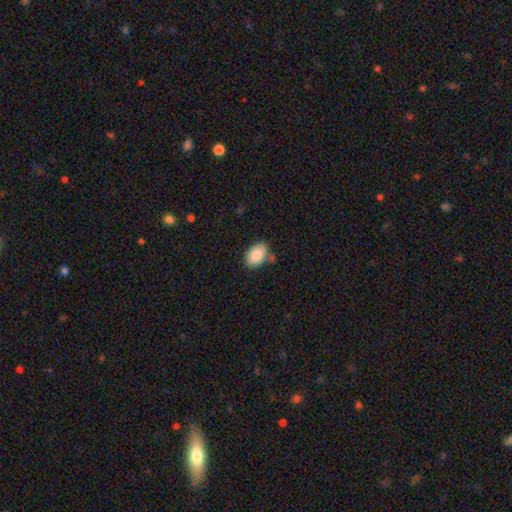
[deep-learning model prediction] smooth-or-featured: smooth: 88% | star or artifact: 7% | featured or disk: 6%
  how-rounded: in between: 89% | round: 10% | cigar-shaped: 1%
  merging: none: 74% | minor disturbance: 17% | merger: 6% | major disturbance: 4%